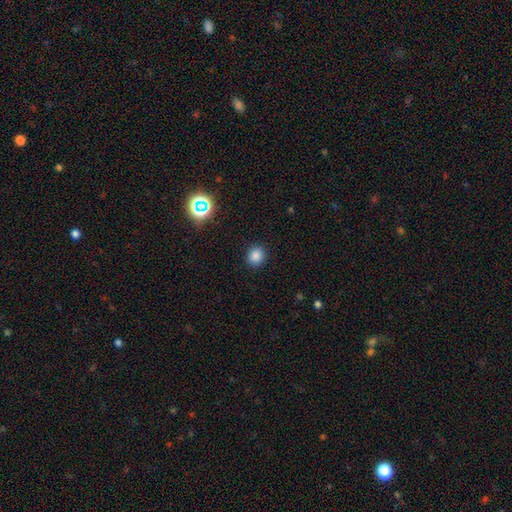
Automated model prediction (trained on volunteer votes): Smooth or featured?
  - smooth: 82% *
  - star or artifact: 13%
  - featured or disk: 4%
How rounded?
  - round: 83% *
  - in between: 16%
  - cigar-shaped: 1%
Merging?
  - none: 90% *
  - minor disturbance: 7%
  - major disturbance: 2%
  - merger: 1%